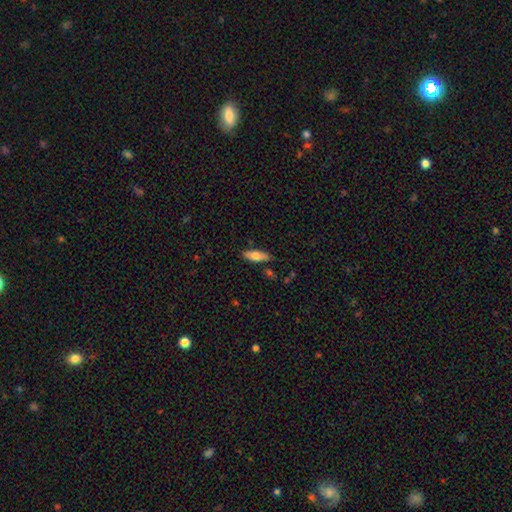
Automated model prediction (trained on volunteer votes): smooth 67%, featured or disk 27%, star or artifact 6%. Down the decision tree: how rounded — in between (58%); merging — none (79%).